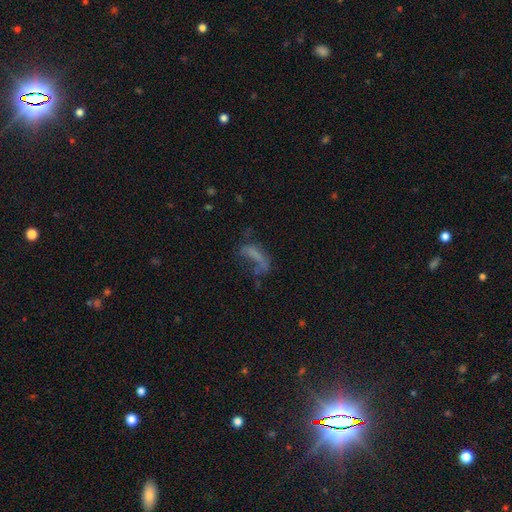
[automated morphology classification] A smooth galaxy with no disk features (46%).

Vote fractions:
- Smooth or featured? smooth: 46% / featured or disk: 34% / star or artifact: 20%
- Merging? major disturbance: 43% / none: 28% / minor disturbance: 16% / merger: 12%